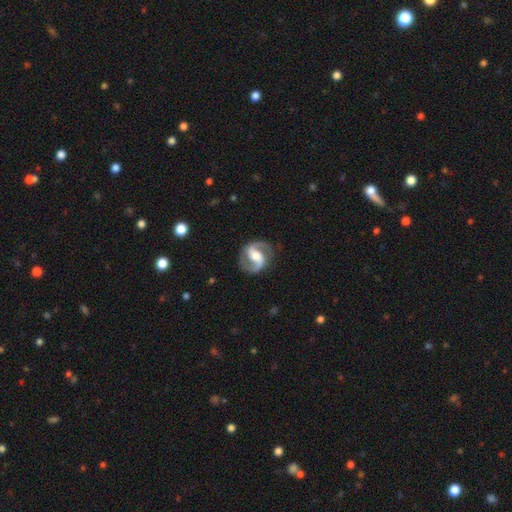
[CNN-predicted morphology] Overall: featured or disk (91%). Edge-on disk: no (98%). Bar: weak (41%; strong 34%). Spiral arms: yes (98%). Spiral arm count: 2 (94%). Spiral winding: medium (59%; loose 23%). Bulge size: moderate (60%). Merging: none (85%).